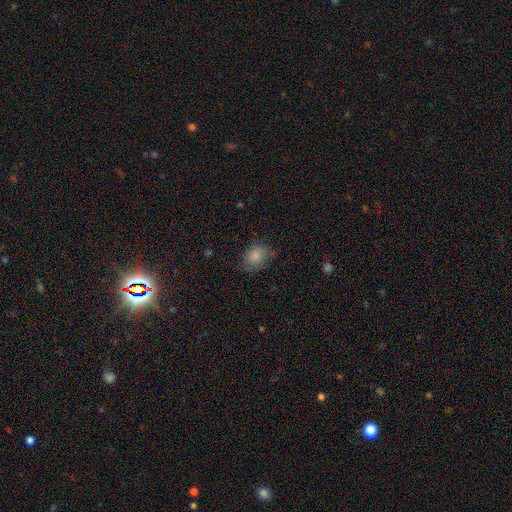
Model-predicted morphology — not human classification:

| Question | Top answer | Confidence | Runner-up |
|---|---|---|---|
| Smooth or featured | smooth | 83% | star or artifact (9%) |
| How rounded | in between | 65% | round (33%) |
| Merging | none | 64% | minor disturbance (27%) |